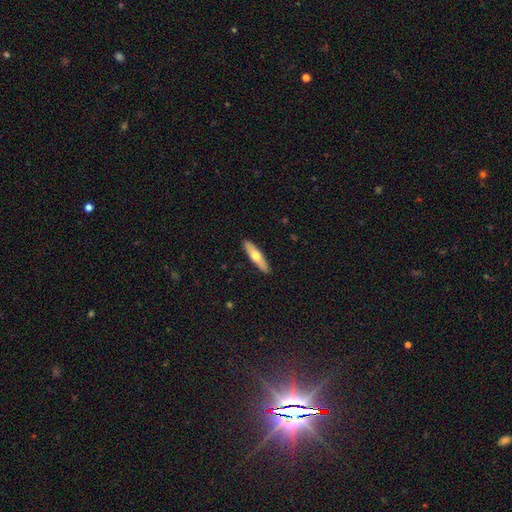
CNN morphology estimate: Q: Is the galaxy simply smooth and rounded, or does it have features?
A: smooth — 56%.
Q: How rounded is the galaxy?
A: cigar-shaped — 75%.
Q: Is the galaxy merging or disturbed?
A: none — 91%.